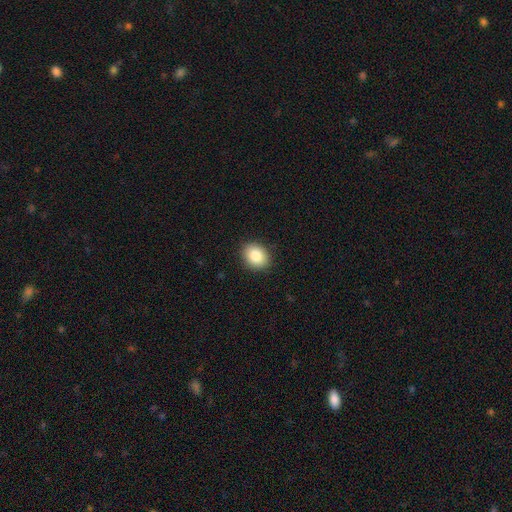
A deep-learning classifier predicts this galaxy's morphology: Q: Smooth or featured?
A: smooth (86%); runner-up: star or artifact (8%)
Q: How rounded?
A: in between (55%); runner-up: round (44%)
Q: Merging?
A: none (89%); runner-up: minor disturbance (8%)